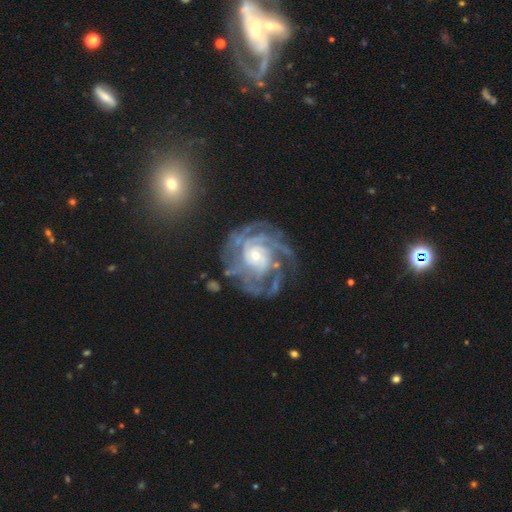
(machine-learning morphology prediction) The model was most divided on "spiral arm count": can't tell: 31%, 4: 20%, 3: 16%, more than 4: 14%, 2: 11%, 1: 7%. More confident: edge-on disk — no (97%); spiral arms — yes (95%); smooth or featured — featured or disk (88%); bar — no (70%); merging — none (63%); spiral winding — tight (63%); bulge size — small (55%).